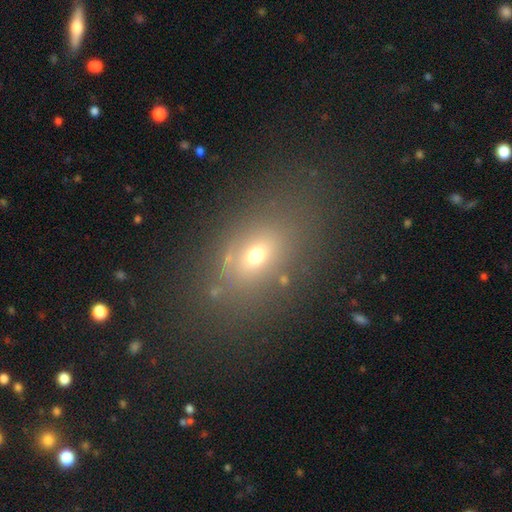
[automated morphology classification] This appears to be a smooth galaxy with no disk features (59%) that is in between round and cigar-shaped (73%). Merging: none (74%).